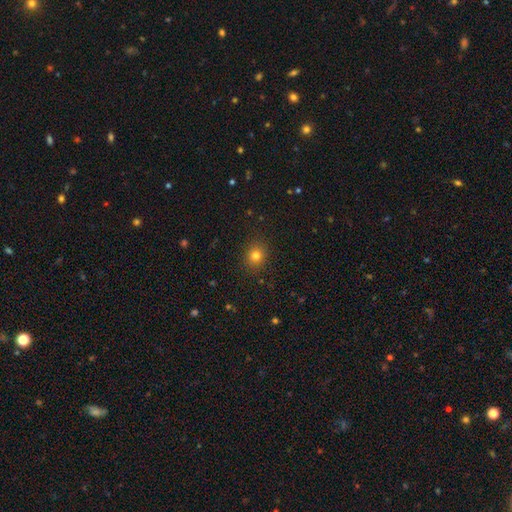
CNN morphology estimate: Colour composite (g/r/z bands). It shows a smooth galaxy with no disk features (79%) that is round (75%). Merging: none (89%).